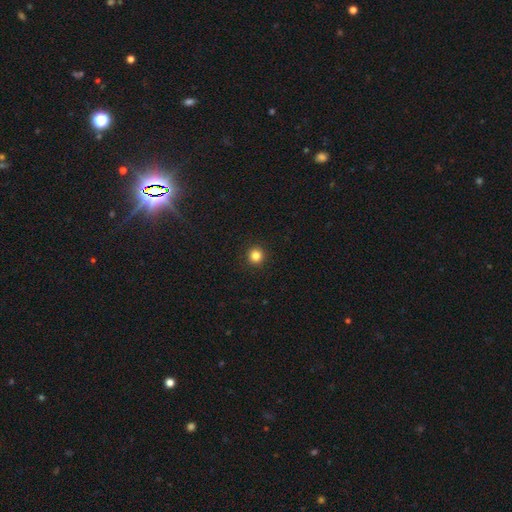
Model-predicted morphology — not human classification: This is clearly a smooth galaxy (85%). How rounded: clearly round (95%). Merging: clearly none (93%).